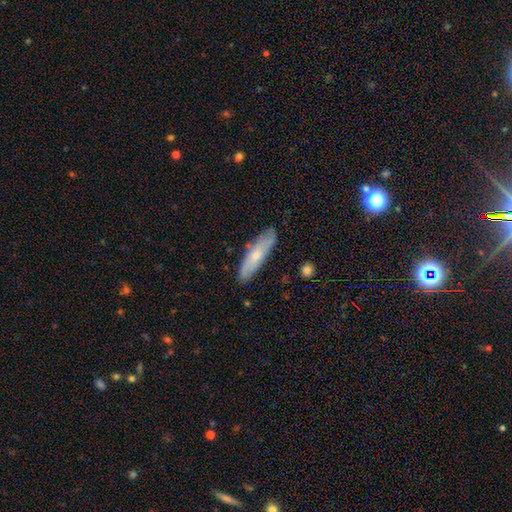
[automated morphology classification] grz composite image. It shows a smooth galaxy with no disk features (57%) that is cigar-shaped (71%). Merging: none (83%).